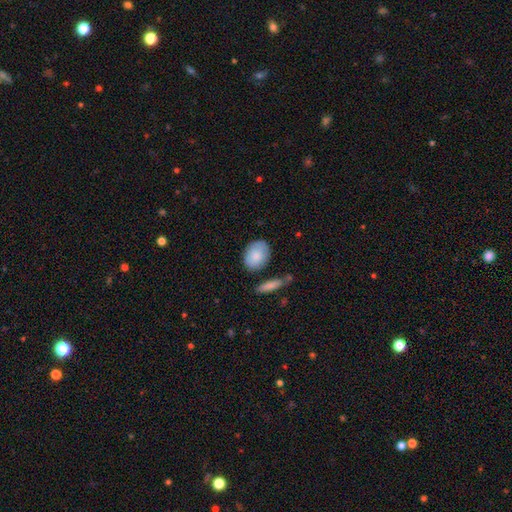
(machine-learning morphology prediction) Q: Smooth or featured?
A: smooth (83%); runner-up: featured or disk (11%)
Q: How rounded?
A: in between (73%); runner-up: round (25%)
Q: Merging?
A: none (69%); runner-up: minor disturbance (20%)